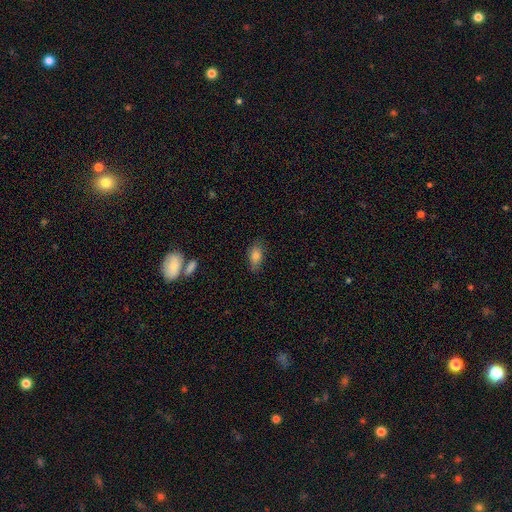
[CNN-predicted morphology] type=smooth (80%); roundness=in between (86%); merging=none (81%).